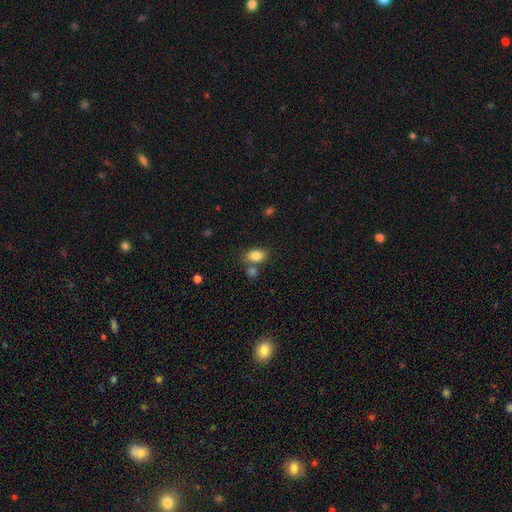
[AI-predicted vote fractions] smooth_or_featured: smooth (p=0.83) [alt: star or artifact p=0.09]
how_rounded: in between (p=0.79) [alt: round p=0.19]
merging: none (p=0.63) [alt: merger p=0.20]